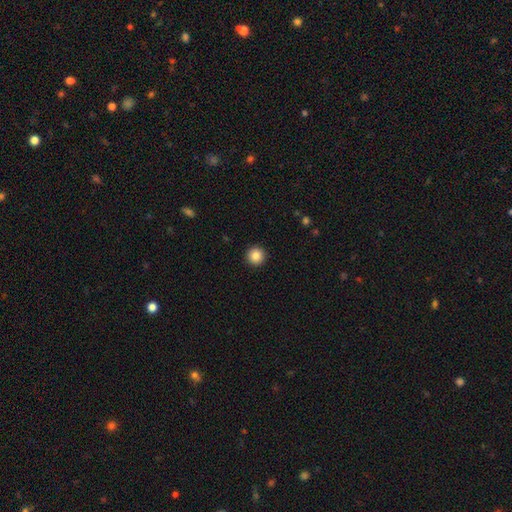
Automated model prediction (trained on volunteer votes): smooth_or_featured: smooth (p=0.86) [alt: star or artifact p=0.10]
how_rounded: round (p=0.96) [alt: in between p=0.03]
merging: none (p=0.93) [alt: minor disturbance p=0.05]